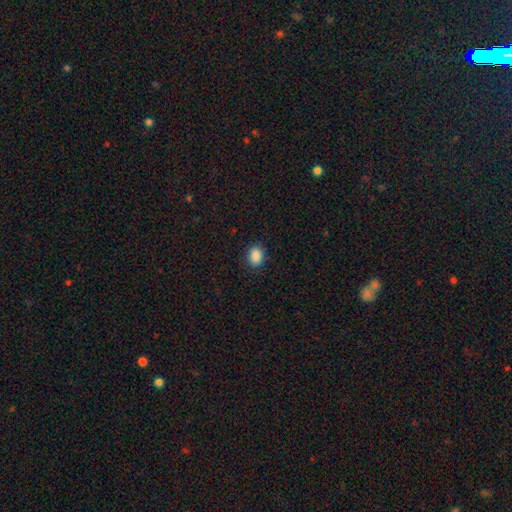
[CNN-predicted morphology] Smooth or featured? Predicted: smooth (p=0.88). How rounded? Predicted: in between (p=0.63). Merging? Predicted: none (p=0.88).